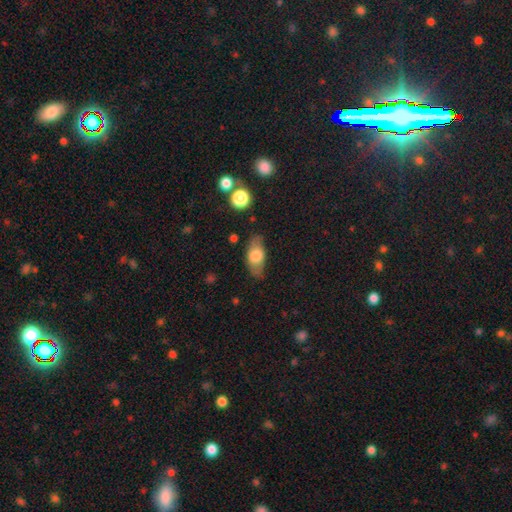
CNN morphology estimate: Smooth or featured? Predicted: smooth (p=0.67). How rounded? Predicted: in between (p=0.85). Merging? Predicted: none (p=0.72).